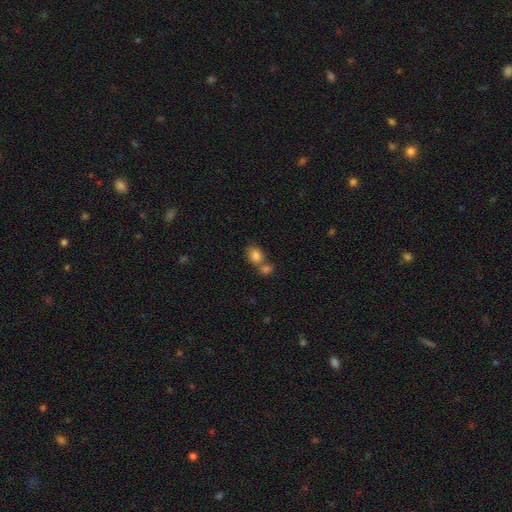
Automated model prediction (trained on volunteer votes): A smooth galaxy with no disk features (83%) that is in between round and cigar-shaped (58%). Merging: merger (49%).